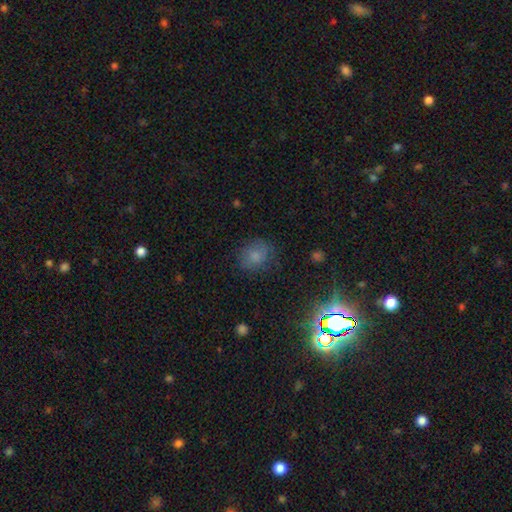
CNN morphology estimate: Q: Smooth or featured?
A: smooth (74%); runner-up: star or artifact (17%)
Q: How rounded?
A: round (60%); runner-up: in between (39%)
Q: Merging?
A: none (76%); runner-up: minor disturbance (17%)